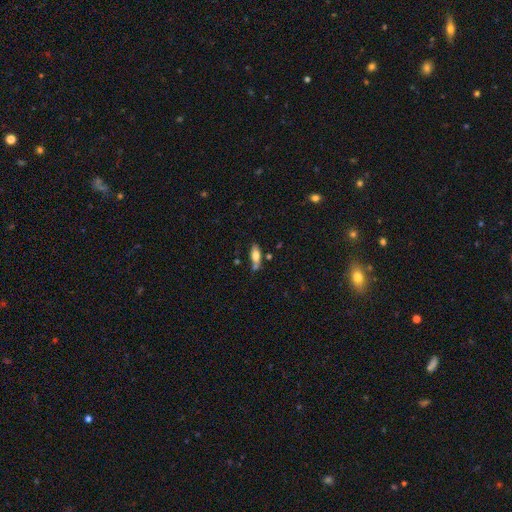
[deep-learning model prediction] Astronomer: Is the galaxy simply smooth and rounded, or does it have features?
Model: smooth — 69%.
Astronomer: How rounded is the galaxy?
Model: in between — 65%.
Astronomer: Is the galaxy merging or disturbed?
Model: none — 61%.